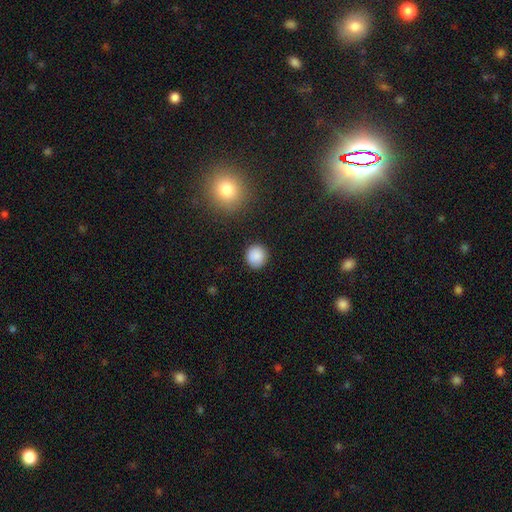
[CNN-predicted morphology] type=smooth (88%); roundness=round (92%); merging=none (90%).